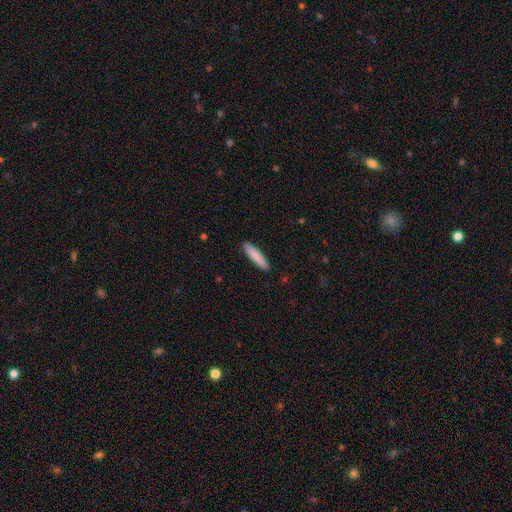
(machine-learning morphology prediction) smooth_or_featured: smooth (p=0.86) [alt: featured or disk p=0.08]
how_rounded: cigar-shaped (p=0.82) [alt: in between p=0.17]
merging: none (p=0.89) [alt: minor disturbance p=0.08]